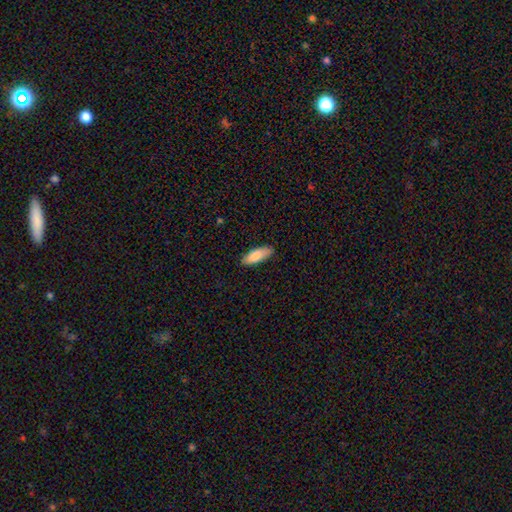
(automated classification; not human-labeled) A smooth galaxy with no disk features (86%) that is in between round and cigar-shaped (69%).

Vote fractions:
- Smooth or featured? smooth: 86% / featured or disk: 9% / star or artifact: 5%
- How rounded? in between: 69% / cigar-shaped: 30% / round: 2%
- Merging? none: 85% / minor disturbance: 12% / major disturbance: 2% / merger: 1%